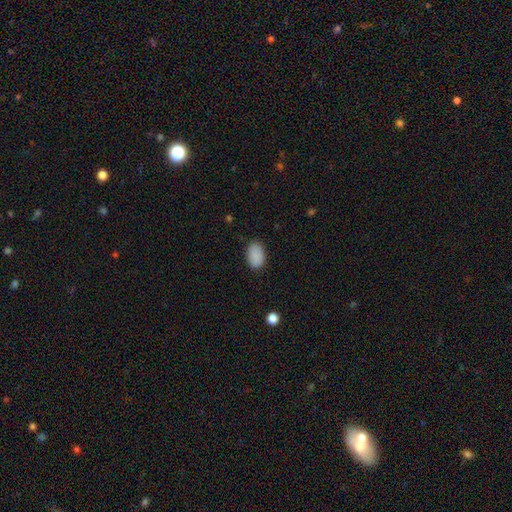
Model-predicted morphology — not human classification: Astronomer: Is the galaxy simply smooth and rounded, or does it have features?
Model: smooth — 89%.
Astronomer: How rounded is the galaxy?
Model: in between — 91%.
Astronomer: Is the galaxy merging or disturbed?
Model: none — 86%.